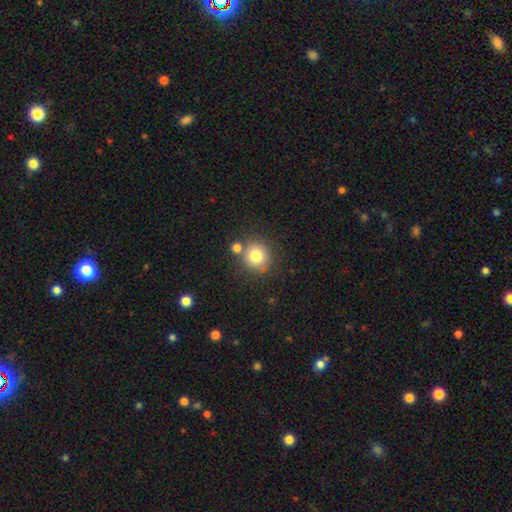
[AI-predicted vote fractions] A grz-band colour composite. It shows a smooth galaxy with no disk features (79%) that is round (90%). Merging: none (70%).